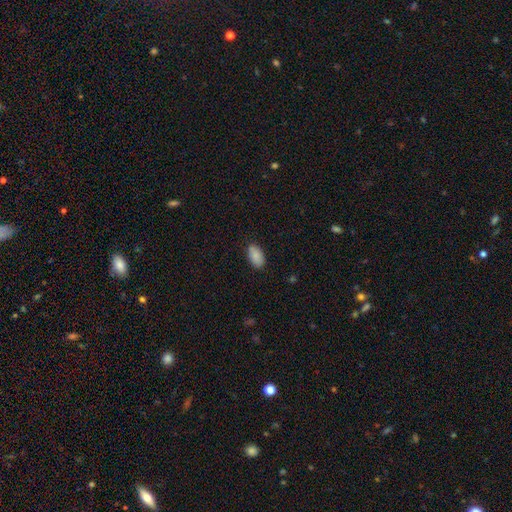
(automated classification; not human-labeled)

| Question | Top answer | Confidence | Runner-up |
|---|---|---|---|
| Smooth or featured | smooth | 87% | star or artifact (7%) |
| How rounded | in between | 93% | round (4%) |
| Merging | none | 83% | minor disturbance (13%) |